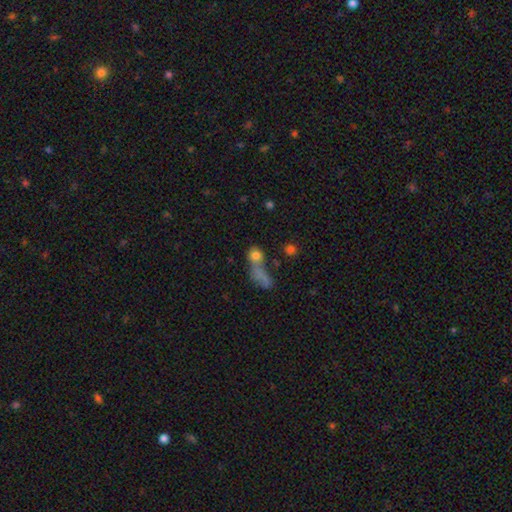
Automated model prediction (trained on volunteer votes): smooth-or-featured: smooth: 72% | star or artifact: 14% | featured or disk: 14%
  how-rounded: round: 62% | in between: 30% | cigar-shaped: 8%
  merging: merger: 42% | none: 33% | major disturbance: 15% | minor disturbance: 10%